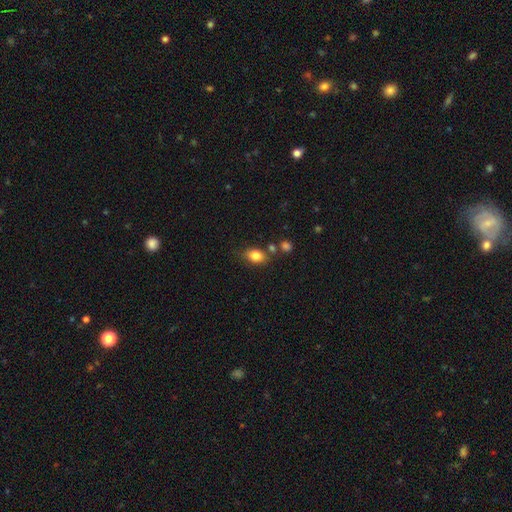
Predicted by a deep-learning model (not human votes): The model was most divided on "how rounded": in between: 75%, round: 24%, cigar-shaped: 2%. More confident: smooth or featured — smooth (83%); merging — none (69%).